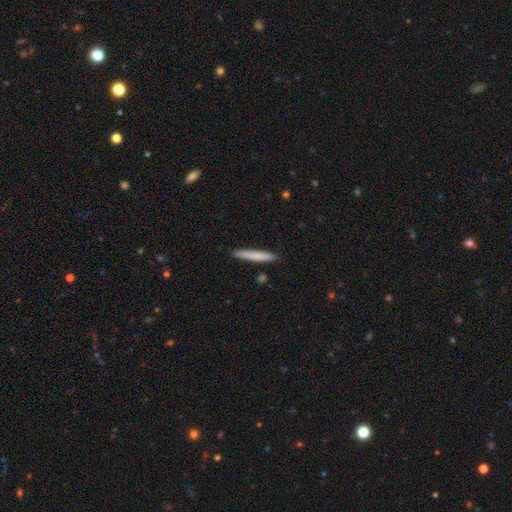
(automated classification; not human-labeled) smooth 76%, featured or disk 19%, star or artifact 5%. Down the decision tree: how rounded — cigar-shaped (96%); merging — none (90%).